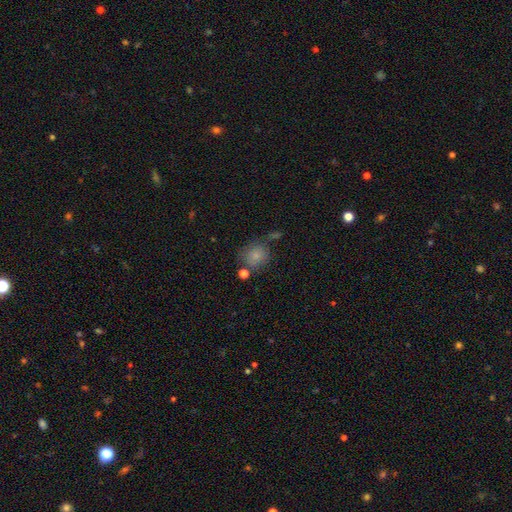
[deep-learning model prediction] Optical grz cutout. It shows a smooth galaxy with no disk features (80%) that is round (80%). Merging: none (64%).